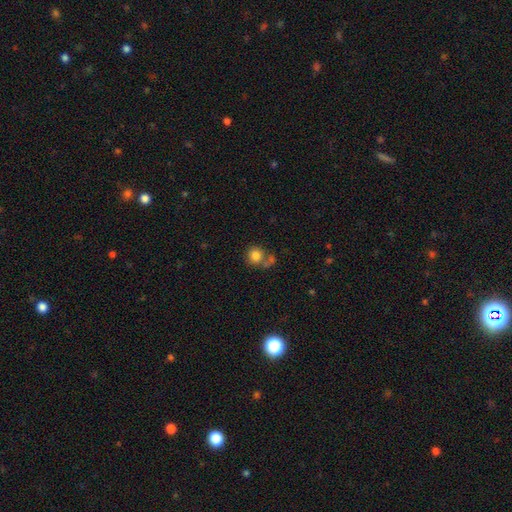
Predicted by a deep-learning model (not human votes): This is clearly a smooth galaxy (81%). How rounded: clearly round (85%). Merging: possibly none (49%).